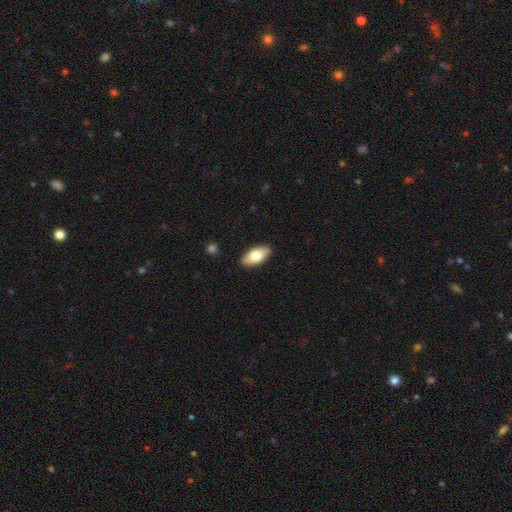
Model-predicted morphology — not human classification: Smooth or featured? Predicted: smooth (p=0.73). How rounded? Predicted: in between (p=0.91). Merging? Predicted: none (p=0.89).